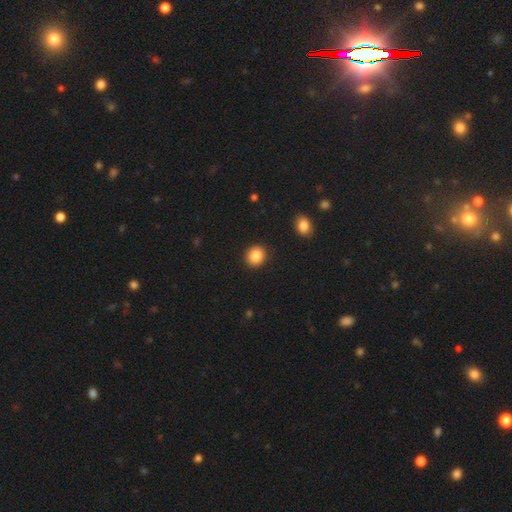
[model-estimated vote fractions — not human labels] This is clearly a smooth galaxy (87%). How rounded: clearly round (81%). Merging: clearly none (91%).